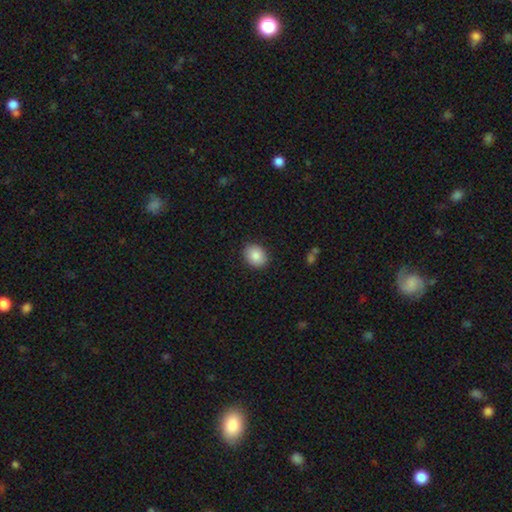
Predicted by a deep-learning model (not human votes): A smooth galaxy with no disk features (87%) that is in between round and cigar-shaped (50%).

Vote fractions:
- Smooth or featured? smooth: 87% / star or artifact: 7% / featured or disk: 6%
- How rounded? in between: 50% / round: 49% / cigar-shaped: 1%
- Merging? none: 89% / minor disturbance: 8% / major disturbance: 2% / merger: 1%